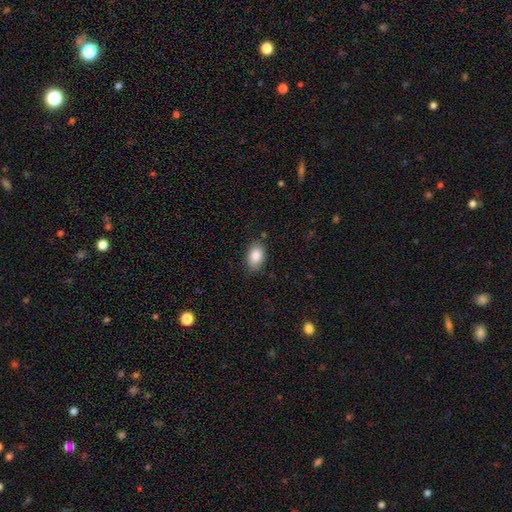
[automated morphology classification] The model was most divided on "merging": none: 81%, minor disturbance: 14%, major disturbance: 3%, merger: 1%. More confident: smooth or featured — smooth (88%); how rounded — in between (87%).